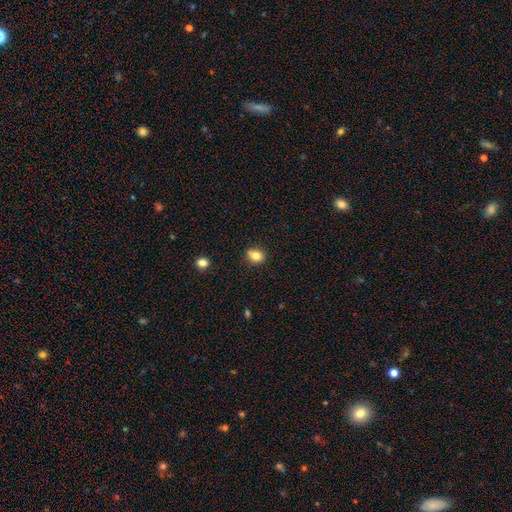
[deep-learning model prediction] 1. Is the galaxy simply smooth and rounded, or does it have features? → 82% smooth, 11% star or artifact, 8% featured or disk.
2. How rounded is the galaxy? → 51% round, 47% in between, 1% cigar-shaped.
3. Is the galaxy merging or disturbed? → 80% none, 15% minor disturbance, 3% major disturbance, 2% merger.